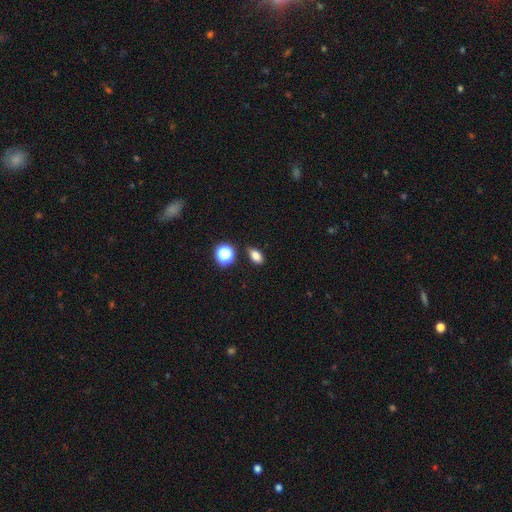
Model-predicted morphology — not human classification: This is clearly a smooth galaxy (80%). How rounded: clearly in between (82%). Merging: clearly none (84%).